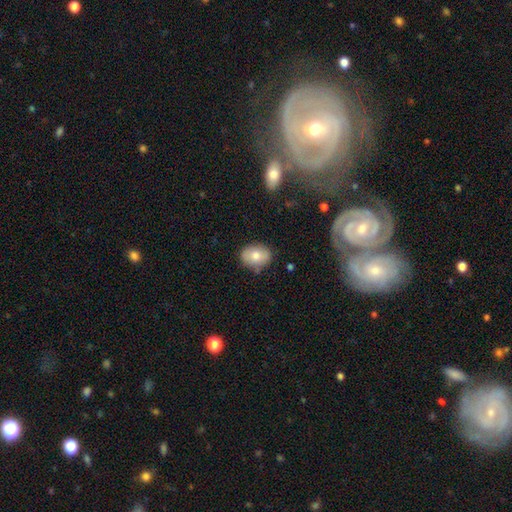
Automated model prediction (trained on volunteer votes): Smooth or featured?
  - smooth: 75% *
  - featured or disk: 17%
  - star or artifact: 8%
How rounded?
  - in between: 64% *
  - round: 35%
  - cigar-shaped: 1%
Merging?
  - none: 79% *
  - minor disturbance: 16%
  - major disturbance: 3%
  - merger: 2%